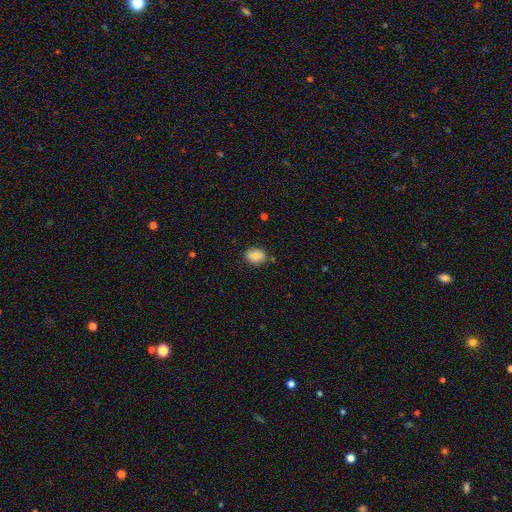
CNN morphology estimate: smooth 86%, star or artifact 8%, featured or disk 6%. Down the decision tree: how rounded — in between (73%); merging — none (82%).